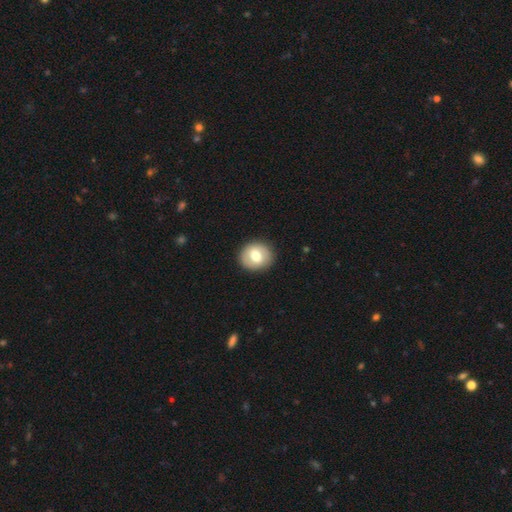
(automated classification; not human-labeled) smooth-or-featured: smooth: 67% | featured or disk: 26% | star or artifact: 7%
  how-rounded: round: 78% | in between: 21% | cigar-shaped: 1%
  merging: none: 89% | minor disturbance: 7% | major disturbance: 2% | merger: 1%